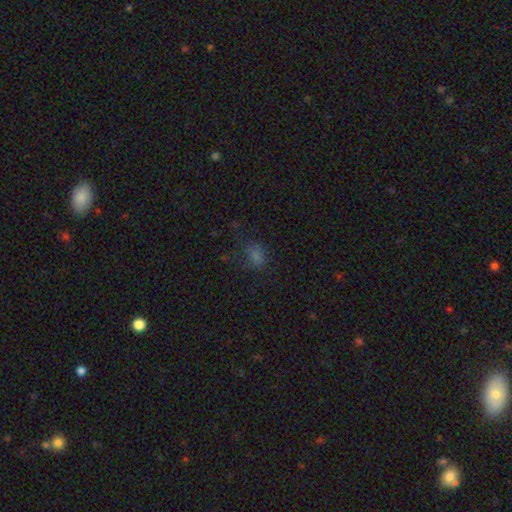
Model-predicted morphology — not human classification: smooth 62%, star or artifact 29%, featured or disk 9%. Down the decision tree: how rounded — in between (59%); merging — none (62%).